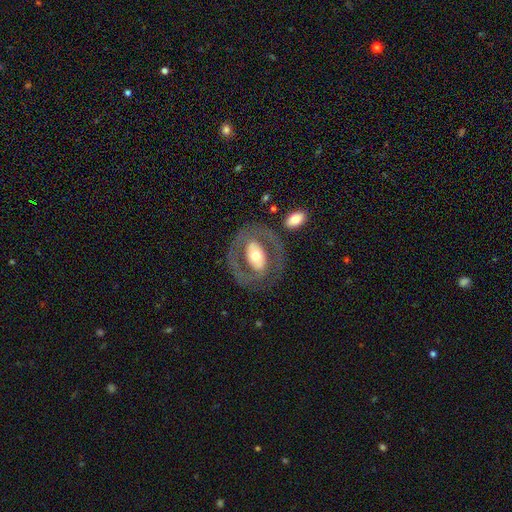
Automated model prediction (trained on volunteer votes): featured or disk 69%, smooth 26%, star or artifact 5%. Down the decision tree: edge-on disk — no (94%); bar — no (44%); spiral arms — no (59%); bulge size — moderate (62%); merging — none (73%).